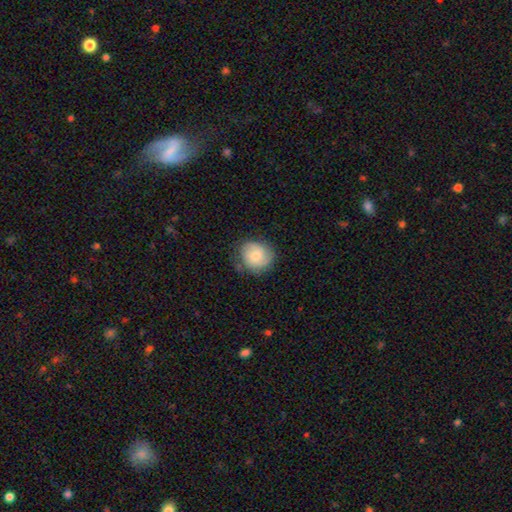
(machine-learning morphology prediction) smooth-or-featured: smooth: 56% | featured or disk: 37% | star or artifact: 7%
  how-rounded: round: 80% | in between: 19% | cigar-shaped: 1%
  merging: none: 72% | minor disturbance: 21% | major disturbance: 6% | merger: 1%